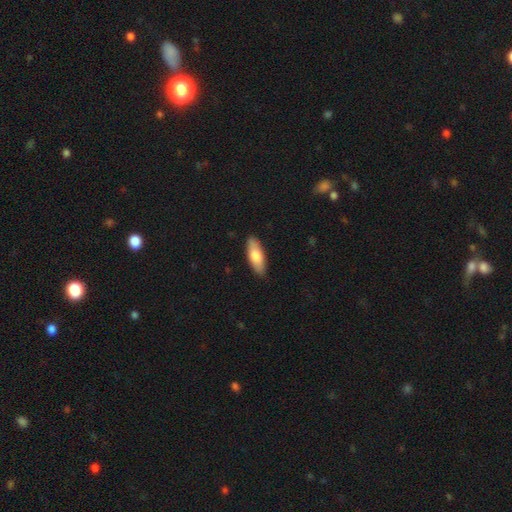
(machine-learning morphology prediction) Smooth or featured: smooth — 74% (featured or disk — 20%)
How rounded: in between — 66% (cigar-shaped — 32%)
Merging: none — 87% (minor disturbance — 10%)